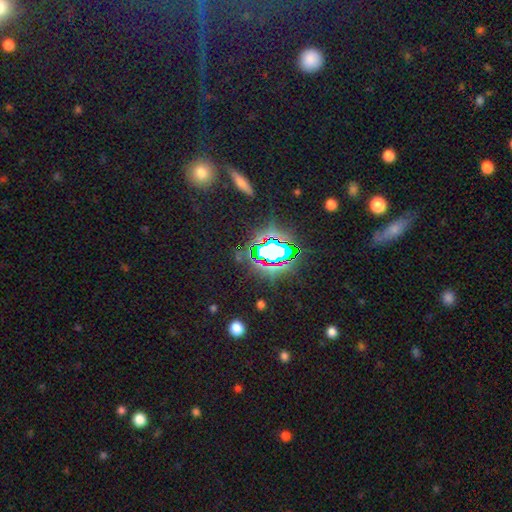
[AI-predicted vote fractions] The model was most divided on "smooth or featured": star or artifact: 79%, smooth: 13%, featured or disk: 8%.